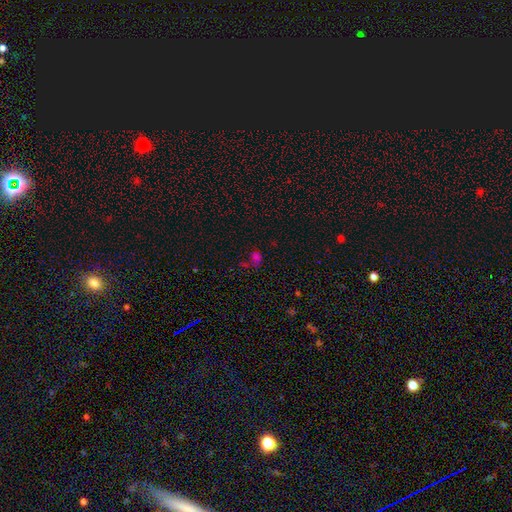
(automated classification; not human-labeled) Morphology: type=smooth (54%); roundness=in between (57%); merging=none (51%).